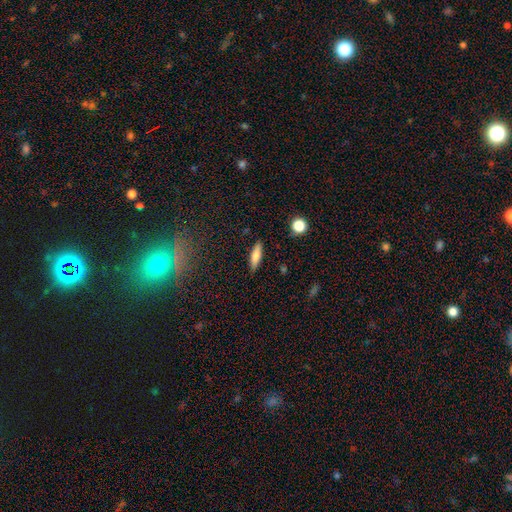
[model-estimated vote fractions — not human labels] smooth-or-featured: smooth: 75% | featured or disk: 18% | star or artifact: 7%
  how-rounded: cigar-shaped: 56% | in between: 41% | round: 3%
  merging: none: 87% | minor disturbance: 9% | major disturbance: 2% | merger: 1%